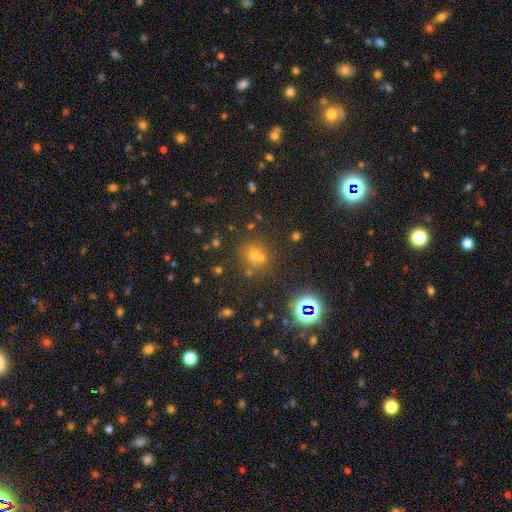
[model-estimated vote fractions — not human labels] Smooth or featured: smooth — 45% (star or artifact — 43%)
Merging: none — 59% (merger — 28%)